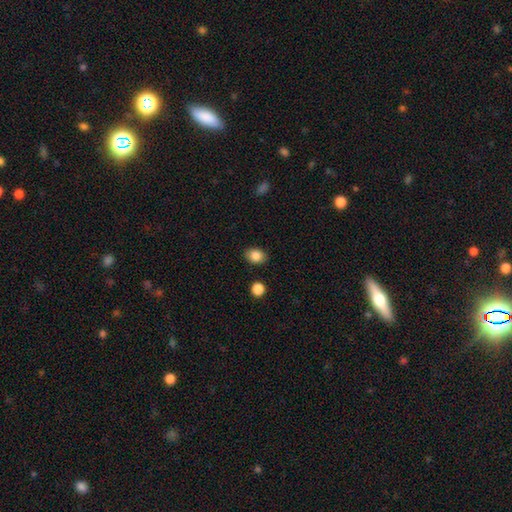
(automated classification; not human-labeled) Morphology: type=smooth (85%); roundness=in between (72%); merging=none (88%).